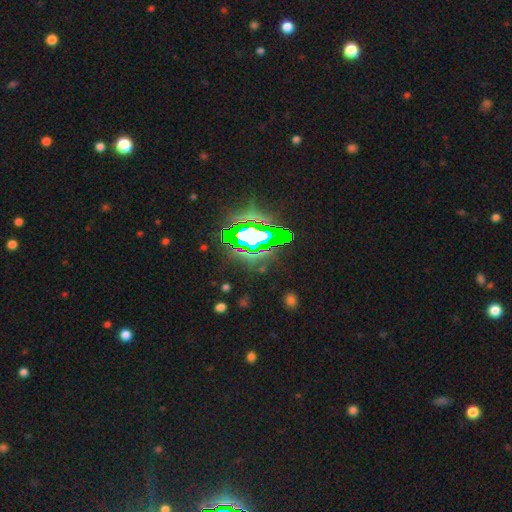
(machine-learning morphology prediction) star or artifact 84%, smooth 9%, featured or disk 7%.